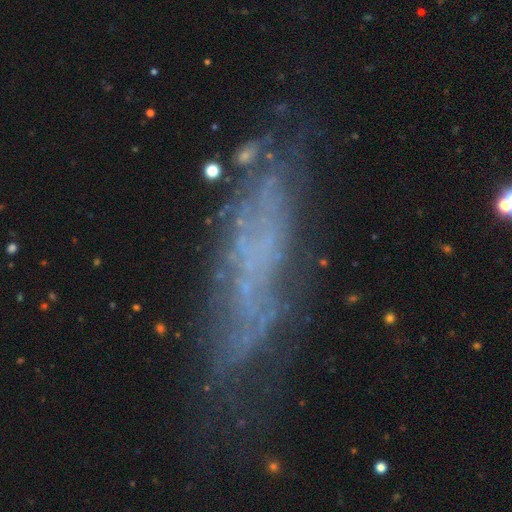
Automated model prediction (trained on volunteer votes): Morphology: type=featured or disk (55%); edge-on=no (66%); merging=none (58%).